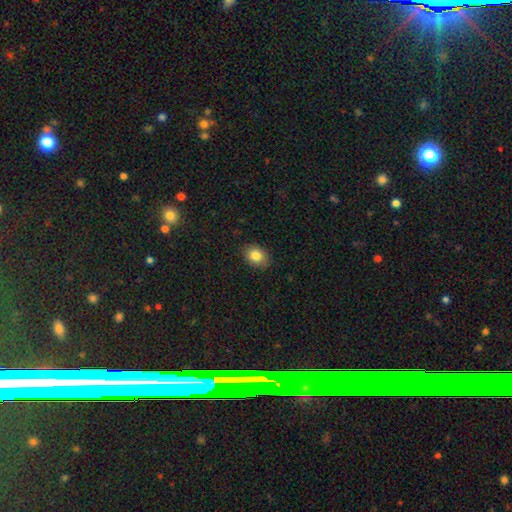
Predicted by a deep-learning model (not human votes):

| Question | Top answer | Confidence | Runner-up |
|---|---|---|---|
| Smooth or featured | smooth | 83% | star or artifact (9%) |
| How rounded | in between | 62% | round (38%) |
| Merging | none | 87% | minor disturbance (10%) |